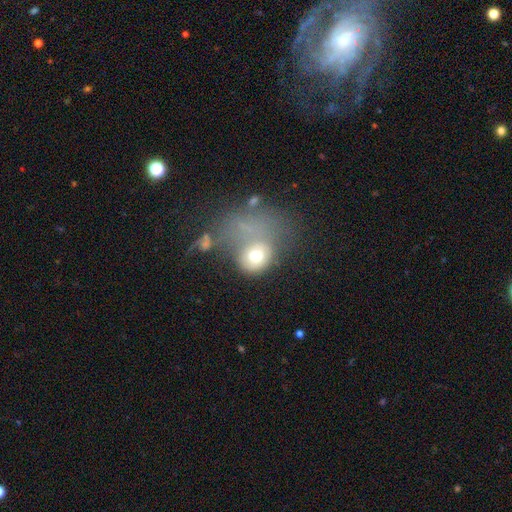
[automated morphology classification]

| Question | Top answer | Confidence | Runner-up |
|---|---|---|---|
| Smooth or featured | smooth | 65% | featured or disk (23%) |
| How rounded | round | 55% | in between (44%) |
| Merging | major disturbance | 44% | merger (25%) |